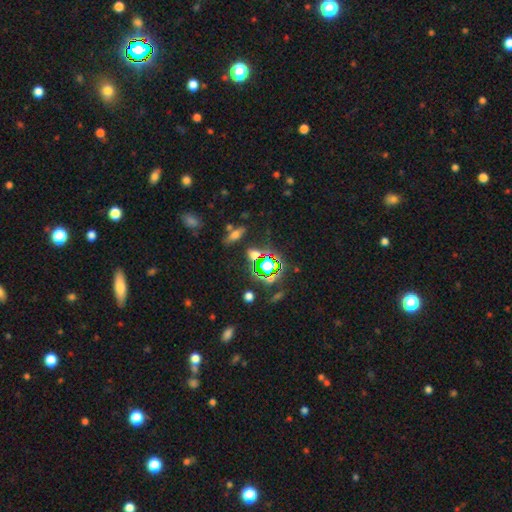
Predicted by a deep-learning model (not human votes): A star or artifact, not a galaxy (59%).

Vote fractions:
- Smooth or featured? star or artifact: 59% / smooth: 29% / featured or disk: 12%